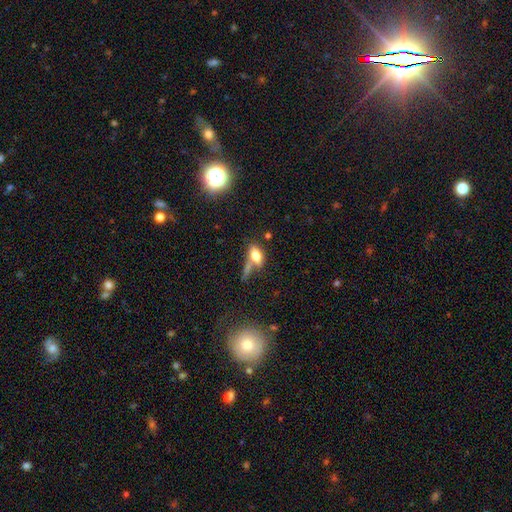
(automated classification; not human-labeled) Q: Smooth or featured?
A: smooth (70%); runner-up: featured or disk (19%)
Q: How rounded?
A: in between (82%); runner-up: cigar-shaped (10%)
Q: Merging?
A: none (40%); runner-up: merger (32%)